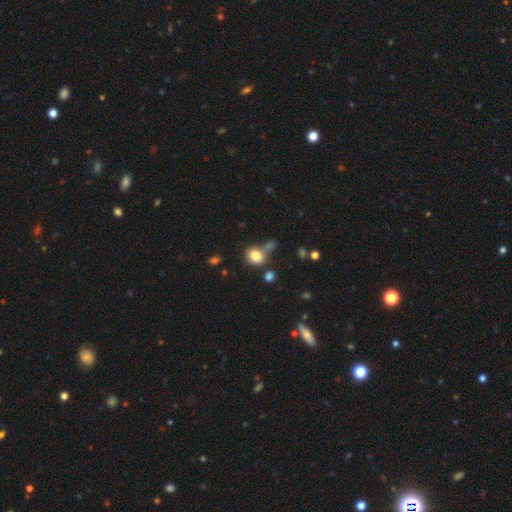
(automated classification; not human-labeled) Smooth or featured?
  - smooth: 82% *
  - star or artifact: 11%
  - featured or disk: 7%
How rounded?
  - round: 62% *
  - in between: 37%
  - cigar-shaped: 1%
Merging?
  - none: 53% *
  - merger: 25%
  - minor disturbance: 15%
  - major disturbance: 6%